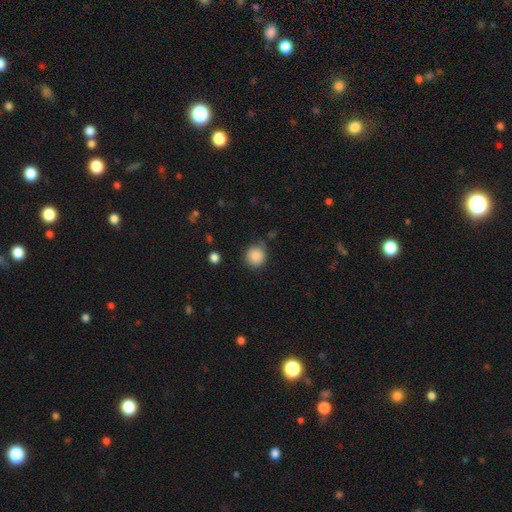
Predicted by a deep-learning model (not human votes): Smooth or featured? Predicted: smooth (p=0.88). How rounded? Predicted: round (p=0.91). Merging? Predicted: none (p=0.80).